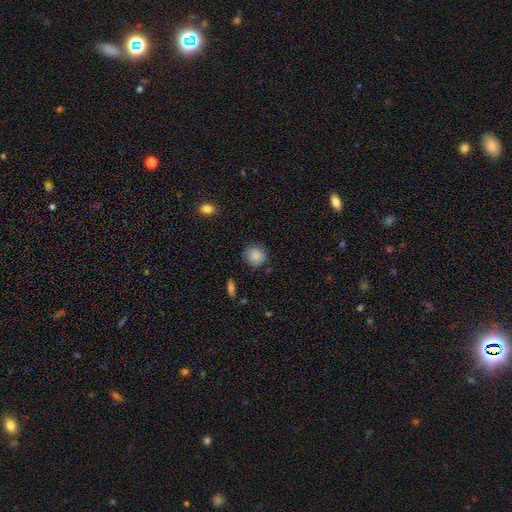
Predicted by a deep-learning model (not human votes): A smooth galaxy with no disk features (87%) that is round (88%). Merging: none (83%).